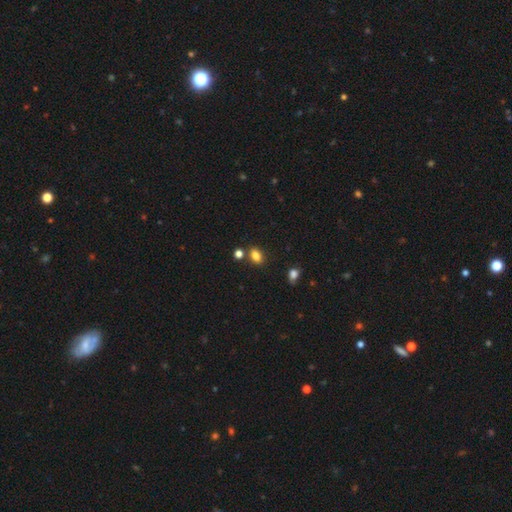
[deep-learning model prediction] smooth_or_featured: smooth (p=0.83) [alt: star or artifact p=0.12]
how_rounded: in between (p=0.79) [alt: round p=0.19]
merging: none (p=0.75) [alt: minor disturbance p=0.11]